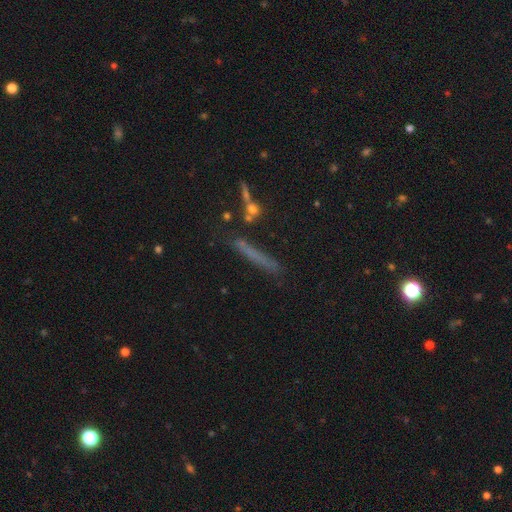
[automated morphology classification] smooth_or_featured: smooth (p=0.54) [alt: featured or disk p=0.31]
how_rounded: cigar-shaped (p=0.93) [alt: in between p=0.04]
merging: none (p=0.75) [alt: minor disturbance p=0.14]